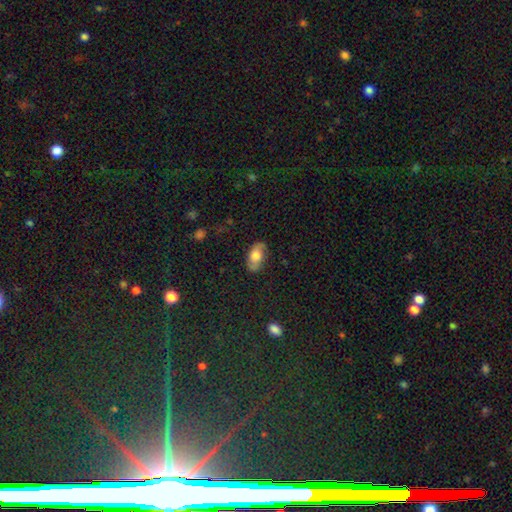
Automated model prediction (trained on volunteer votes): smooth_or_featured: smooth (p=0.58) [alt: featured or disk p=0.34]
how_rounded: in between (p=0.90) [alt: round p=0.06]
merging: none (p=0.74) [alt: minor disturbance p=0.19]